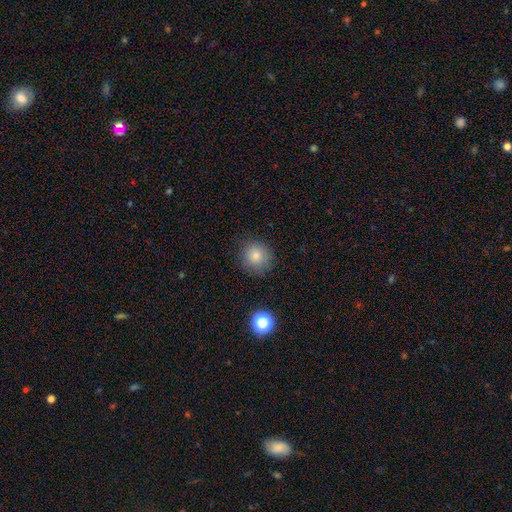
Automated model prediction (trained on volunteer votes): smooth_or_featured: smooth (p=0.82) [alt: star or artifact p=0.12]
how_rounded: round (p=0.90) [alt: in between p=0.09]
merging: none (p=0.85) [alt: minor disturbance p=0.10]